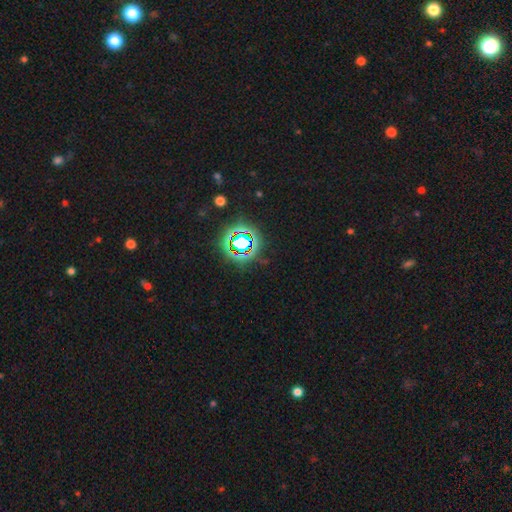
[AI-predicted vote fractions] Smooth or featured?
  - star or artifact: 80% *
  - smooth: 12%
  - featured or disk: 7%